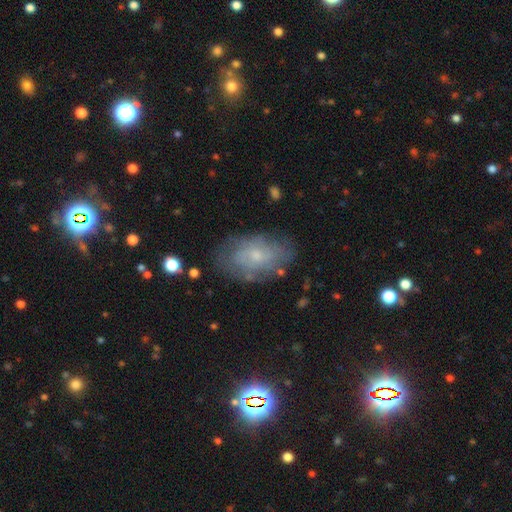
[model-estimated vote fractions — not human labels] Overall: featured or disk (52%; smooth 39%). Edge-on disk: no (94%). Merging: none (71%).